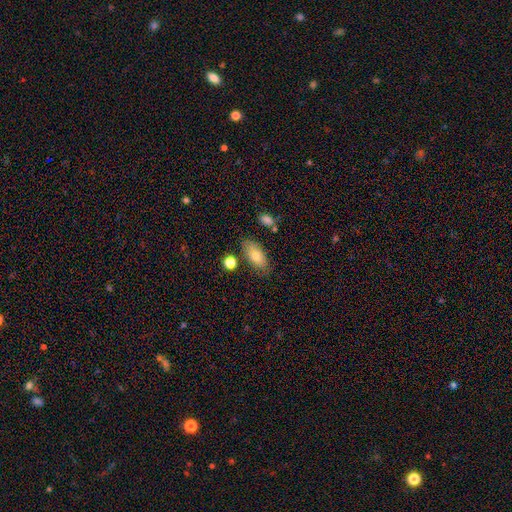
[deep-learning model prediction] Smooth or featured? smooth (75%)
How rounded? in between (89%)
Merging? none (78%)